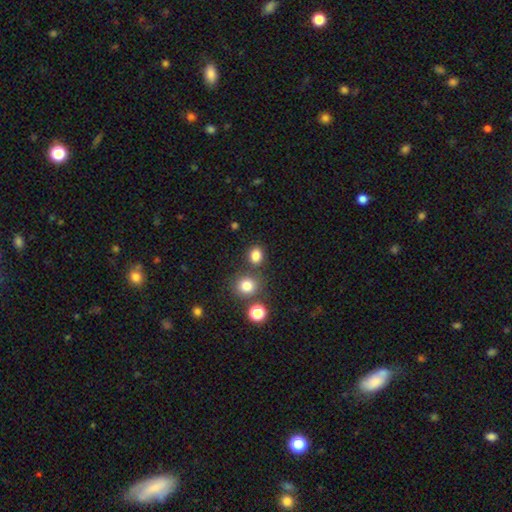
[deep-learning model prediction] smooth 82%, star or artifact 13%, featured or disk 5%. Down the decision tree: how rounded — round (57%); merging — none (73%).